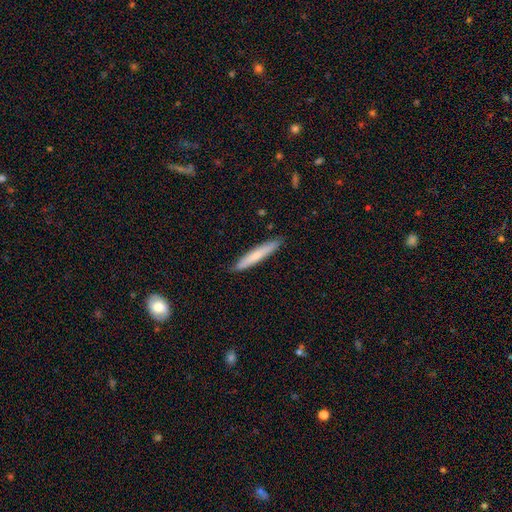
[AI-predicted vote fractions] A smooth galaxy with no disk features (69%) that is cigar-shaped (95%).

Vote fractions:
- Smooth or featured? smooth: 69% / featured or disk: 26% / star or artifact: 5%
- How rounded? cigar-shaped: 95% / in between: 4% / round: 1%
- Merging? none: 90% / minor disturbance: 8% / major disturbance: 1% / merger: 1%